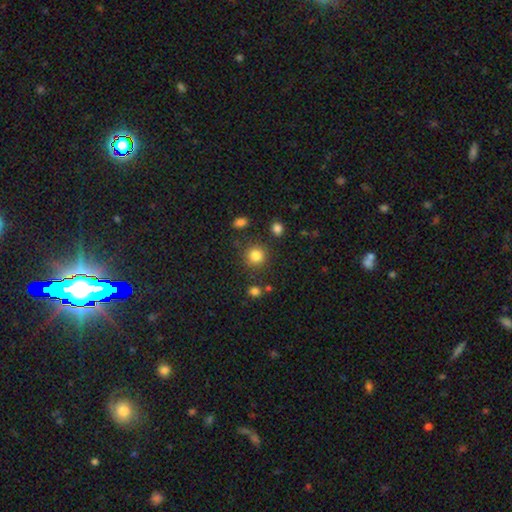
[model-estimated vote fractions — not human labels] The model was most divided on "smooth or featured": smooth: 83%, star or artifact: 11%, featured or disk: 5%. More confident: how rounded — round (91%); merging — none (84%).